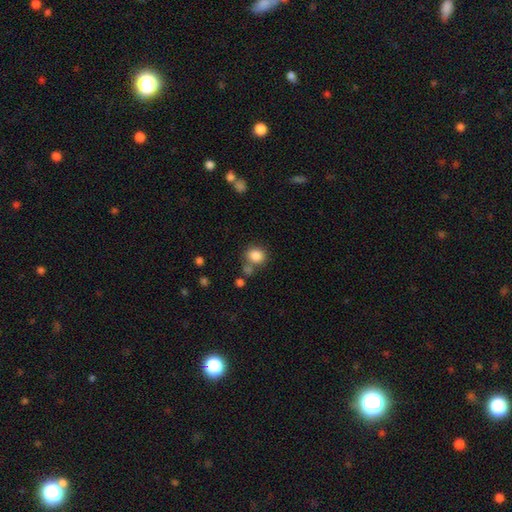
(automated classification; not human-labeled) This is clearly a smooth galaxy (85%). How rounded: likely round (72%). Merging: likely none (66%).